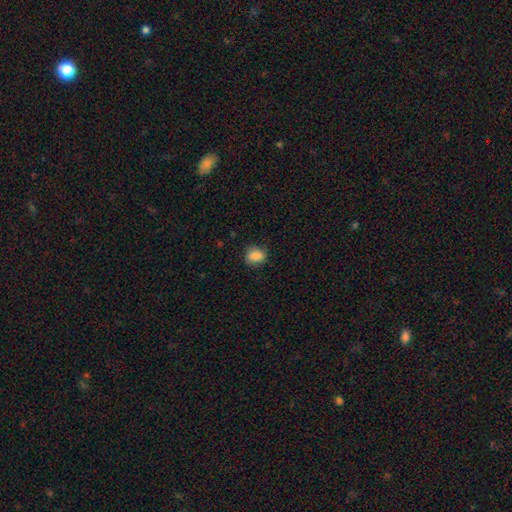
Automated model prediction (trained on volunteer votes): Overall: smooth (87%). How rounded: round (52%; in between 47%). Merging: none (80%).